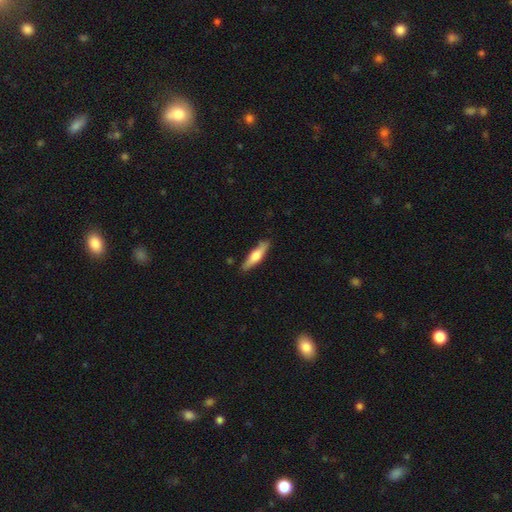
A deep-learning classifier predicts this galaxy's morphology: Smooth or featured: smooth — 56% (featured or disk — 38%)
How rounded: cigar-shaped — 75% (in between — 23%)
Merging: none — 84% (minor disturbance — 12%)